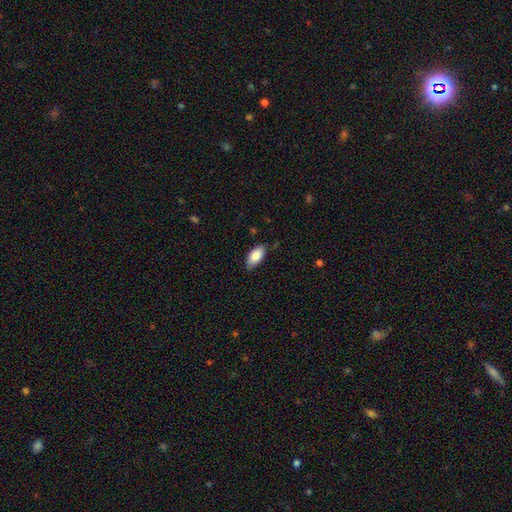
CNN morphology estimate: The model was most divided on "merging": none: 80%, minor disturbance: 16%, major disturbance: 3%, merger: 1%. More confident: how rounded — in between (92%); smooth or featured — smooth (86%).